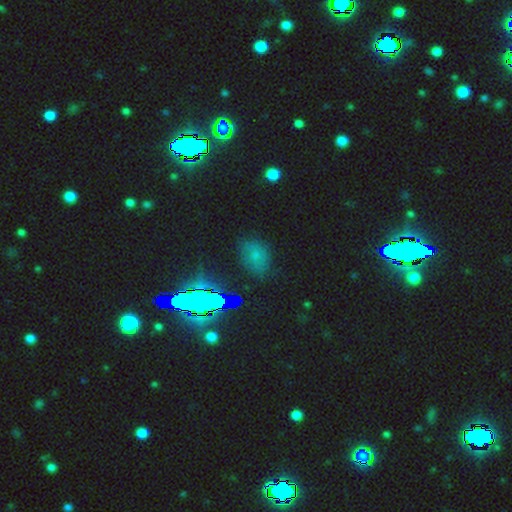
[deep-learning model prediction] Overall: smooth (47%; star or artifact 40%). Merging: none (76%).